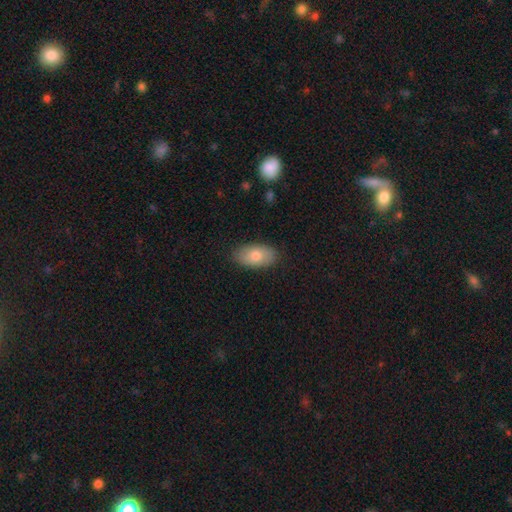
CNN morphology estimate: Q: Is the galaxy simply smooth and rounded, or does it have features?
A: smooth — 76%.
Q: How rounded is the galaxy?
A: in between — 93%.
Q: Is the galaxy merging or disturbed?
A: none — 86%.